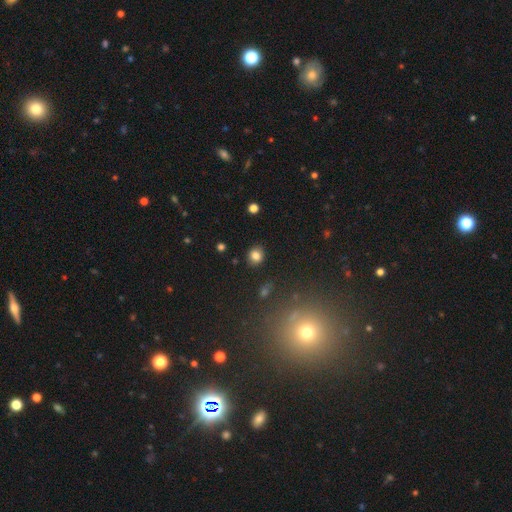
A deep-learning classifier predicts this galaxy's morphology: Smooth or featured: smooth — 82% (star or artifact — 12%)
How rounded: round — 77% (in between — 22%)
Merging: none — 89% (minor disturbance — 7%)